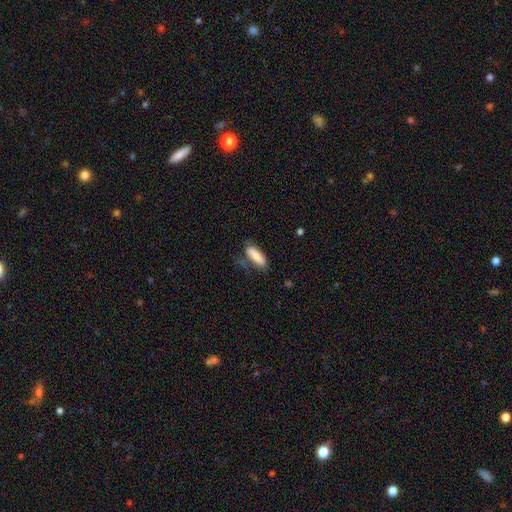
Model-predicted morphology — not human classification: Overall: smooth (82%). How rounded: in between (59%; cigar-shaped 39%). Merging: none (58%; minor disturbance 27%).